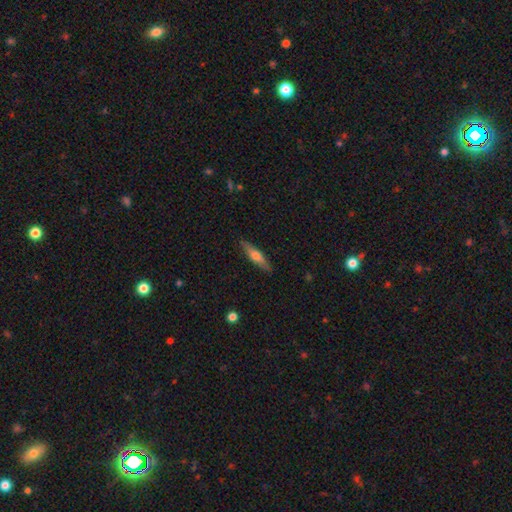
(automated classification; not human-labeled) A smooth galaxy with no disk features (47%). Merging: none (88%).